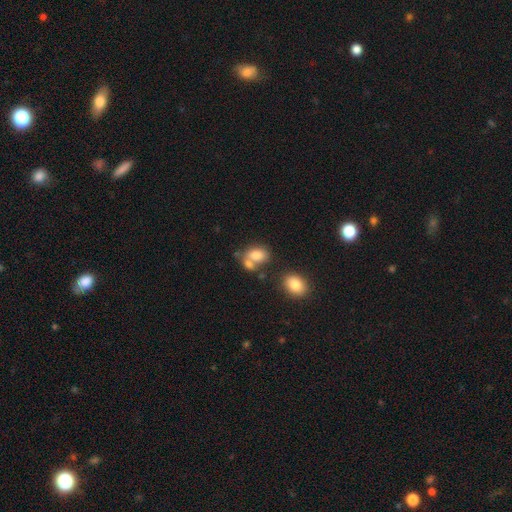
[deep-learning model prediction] Q: Smooth or featured?
A: smooth (78%); runner-up: featured or disk (12%)
Q: How rounded?
A: in between (77%); runner-up: round (22%)
Q: Merging?
A: merger (42%); runner-up: none (40%)